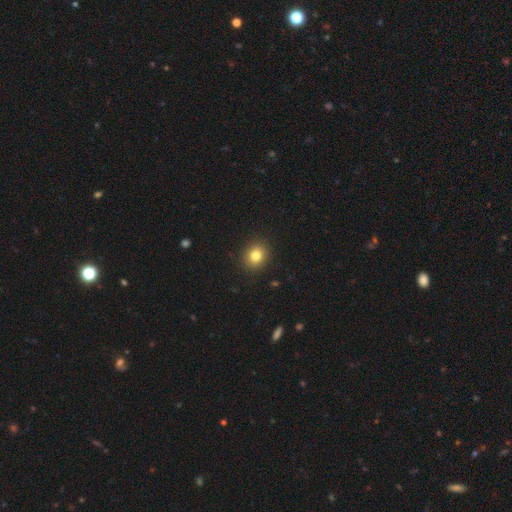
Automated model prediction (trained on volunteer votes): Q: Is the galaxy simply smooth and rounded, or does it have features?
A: smooth — 82%.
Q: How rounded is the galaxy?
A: round — 72%.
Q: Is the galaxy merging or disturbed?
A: none — 91%.